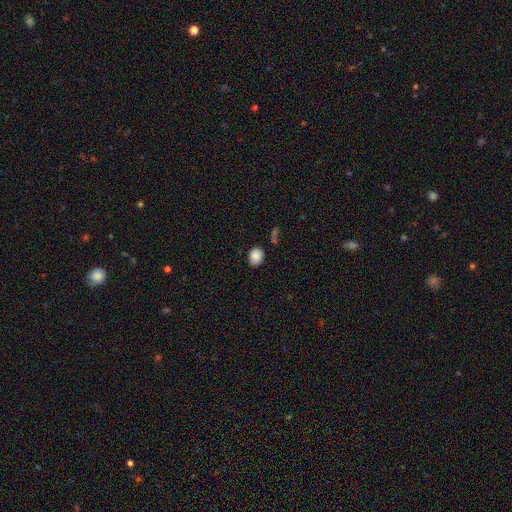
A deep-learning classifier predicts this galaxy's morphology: smooth_or_featured: smooth (p=0.87) [alt: star or artifact p=0.09]
how_rounded: round (p=0.51) [alt: in between p=0.48]
merging: none (p=0.79) [alt: minor disturbance p=0.14]